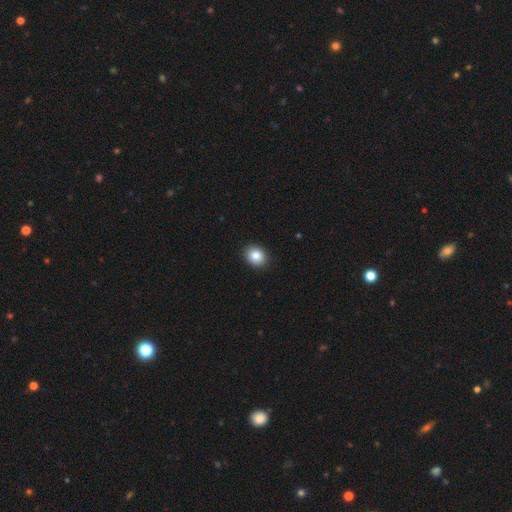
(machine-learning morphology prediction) Smooth or featured? Predicted: smooth (p=0.85). How rounded? Predicted: round (p=0.58). Merging? Predicted: none (p=0.91).